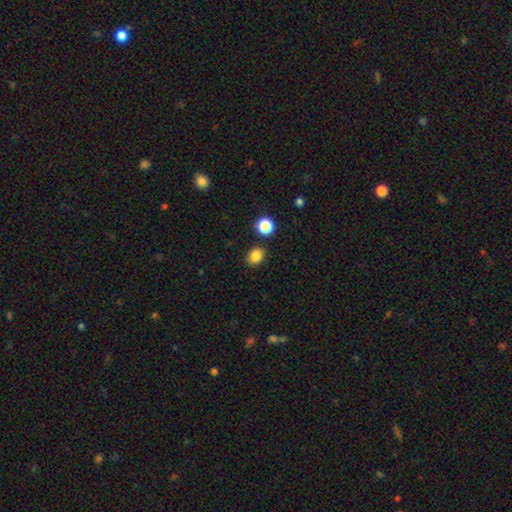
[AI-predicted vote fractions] A smooth galaxy with no disk features (84%) that is in between round and cigar-shaped (52%). Merging: none (84%).